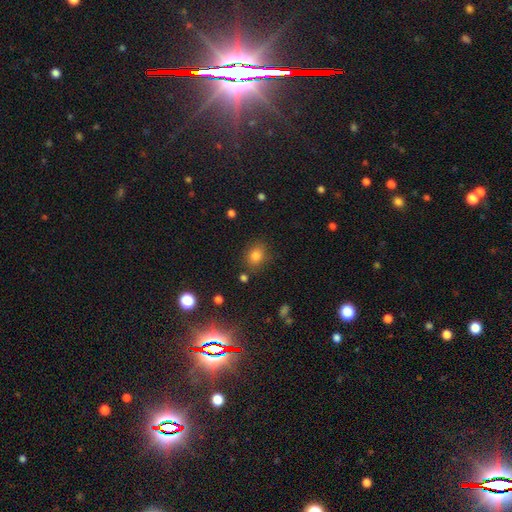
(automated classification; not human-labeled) Smooth or featured?
  - smooth: 80% *
  - star or artifact: 13%
  - featured or disk: 7%
How rounded?
  - round: 53% *
  - in between: 46%
  - cigar-shaped: 1%
Merging?
  - none: 81% *
  - minor disturbance: 12%
  - major disturbance: 3%
  - merger: 3%